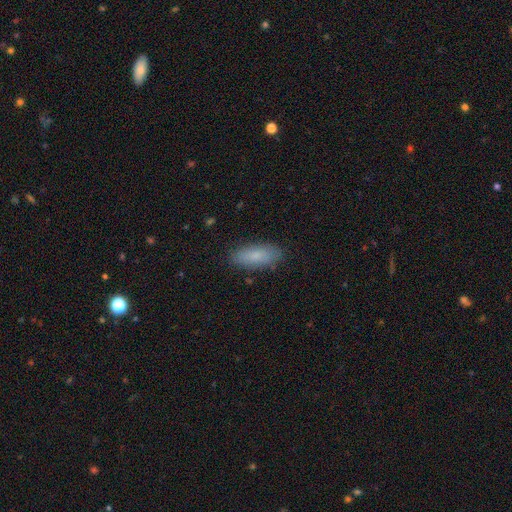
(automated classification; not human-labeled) Smooth or featured: smooth — 81% (featured or disk — 12%)
How rounded: in between — 76% (cigar-shaped — 22%)
Merging: none — 85% (minor disturbance — 11%)